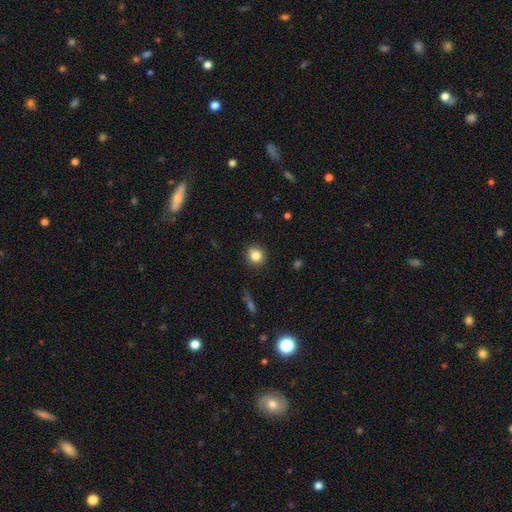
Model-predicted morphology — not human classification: smooth 83%, star or artifact 10%, featured or disk 7%. Down the decision tree: how rounded — round (88%); merging — none (91%).